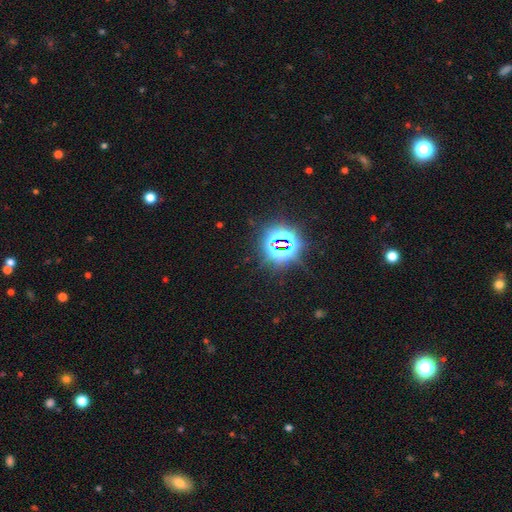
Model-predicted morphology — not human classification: This is clearly a star or artifact rather than a galaxy (83%).